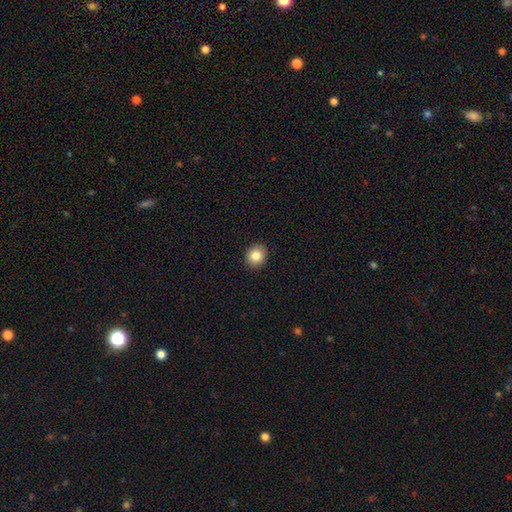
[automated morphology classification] This is clearly a smooth galaxy (84%). How rounded: likely round (77%). Merging: clearly none (92%).